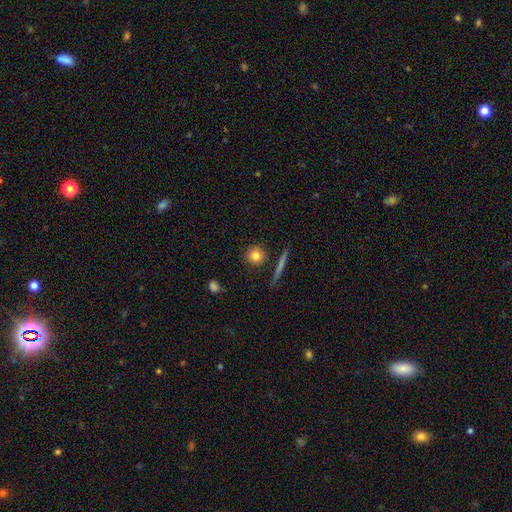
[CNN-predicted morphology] Overall: smooth (80%). How rounded: round (91%). Merging: none (86%).